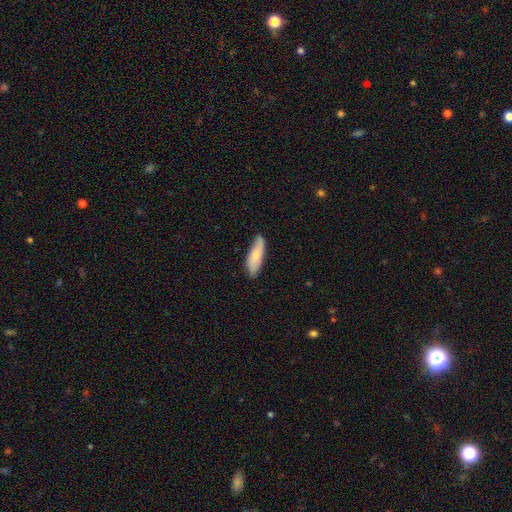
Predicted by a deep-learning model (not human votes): A smooth galaxy with no disk features (69%) that is in between round and cigar-shaped (53%). Merging: none (77%).